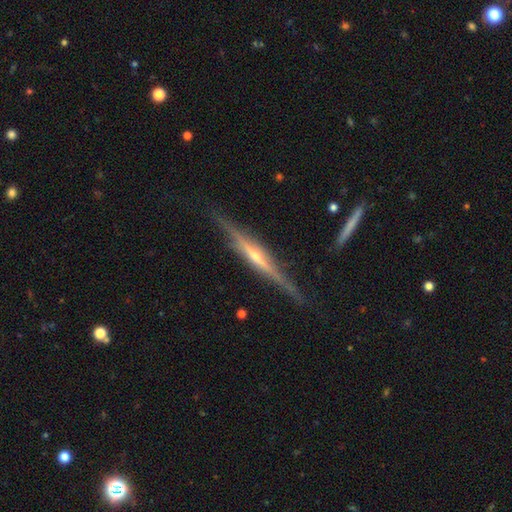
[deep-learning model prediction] Morphology: type=featured or disk (83%); edge-on=yes (97%); edge-on bulge=rounded (64%); merging=none (84%).